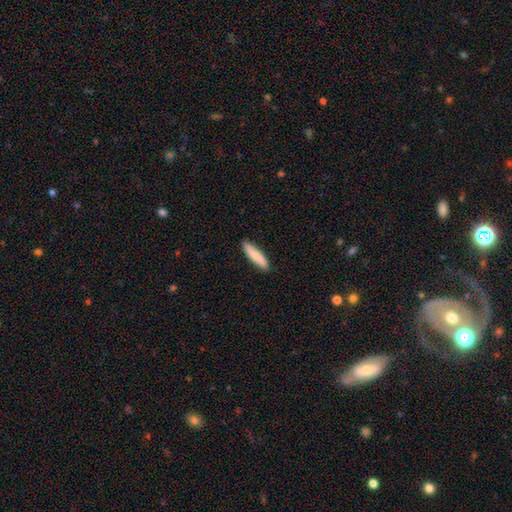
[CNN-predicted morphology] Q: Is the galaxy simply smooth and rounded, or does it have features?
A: smooth — 83%.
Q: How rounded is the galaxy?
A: cigar-shaped — 80%.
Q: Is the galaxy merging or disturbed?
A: none — 89%.